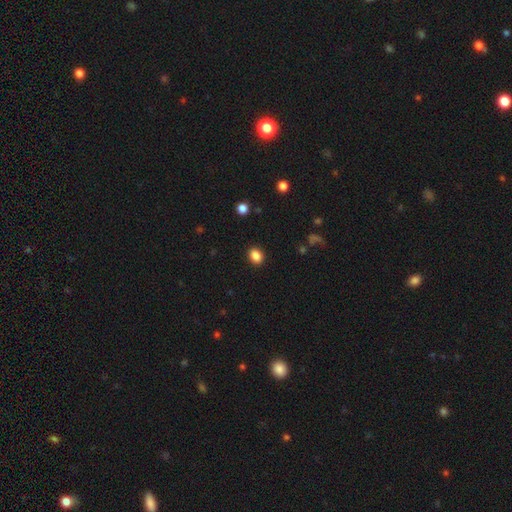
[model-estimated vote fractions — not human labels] Smooth or featured: smooth — 87% (star or artifact — 10%)
How rounded: in between — 64% (round — 35%)
Merging: none — 90% (minor disturbance — 7%)